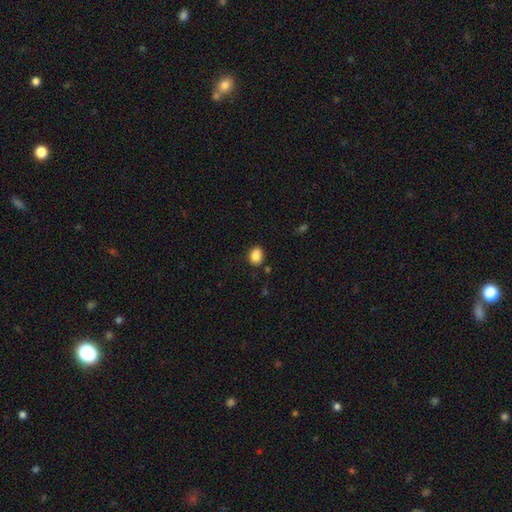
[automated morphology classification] This is clearly a smooth galaxy (86%). How rounded: possibly in between (53%). Merging: clearly none (82%).